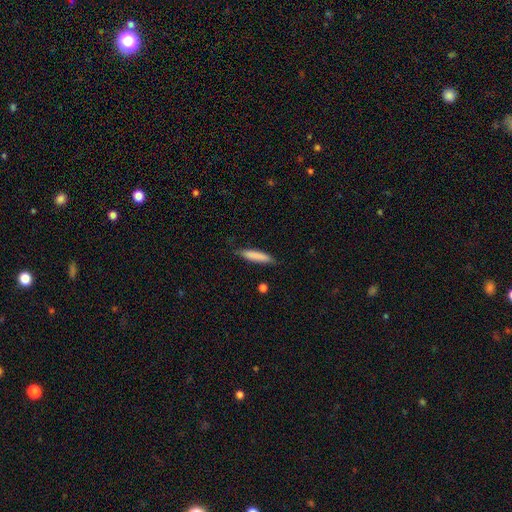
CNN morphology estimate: This is clearly a smooth galaxy (83%). How rounded: clearly cigar-shaped (84%). Merging: clearly none (81%).